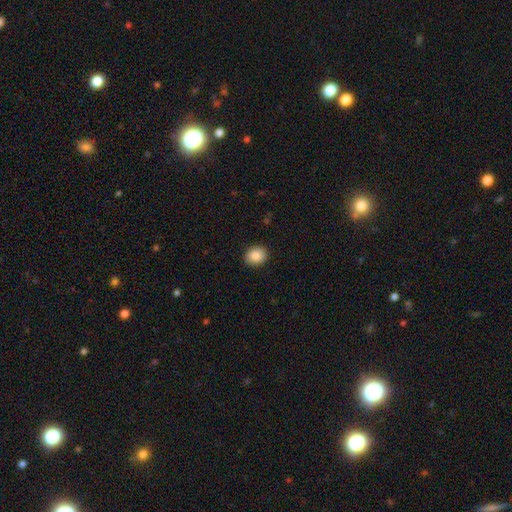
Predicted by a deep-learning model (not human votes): This appears to be a smooth galaxy with no disk features (87%) that is round (59%). Merging: none (91%).